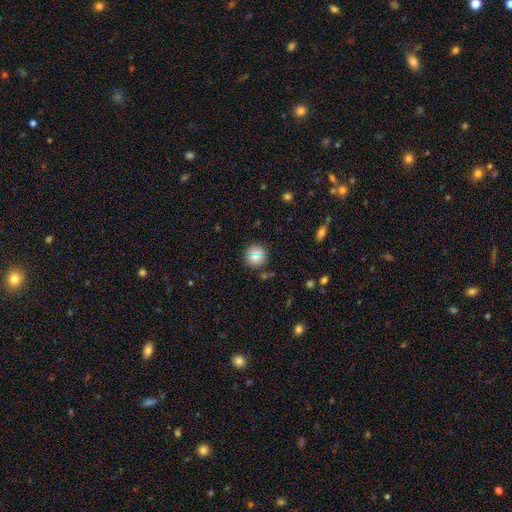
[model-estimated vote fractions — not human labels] A smooth galaxy with no disk features (76%) that is round (93%).

Vote fractions:
- Smooth or featured? smooth: 76% / star or artifact: 13% / featured or disk: 12%
- How rounded? round: 93% / in between: 6% / cigar-shaped: 1%
- Merging? none: 82% / minor disturbance: 11% / merger: 4% / major disturbance: 3%